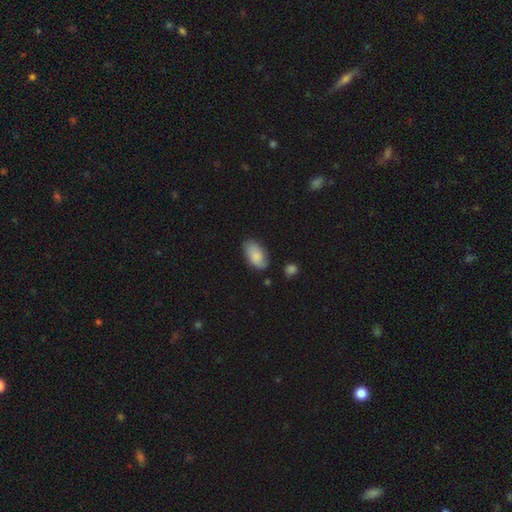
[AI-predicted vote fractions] smooth_or_featured: smooth (p=0.79) [alt: featured or disk p=0.14]
how_rounded: in between (p=0.94) [alt: round p=0.04]
merging: none (p=0.72) [alt: minor disturbance p=0.21]